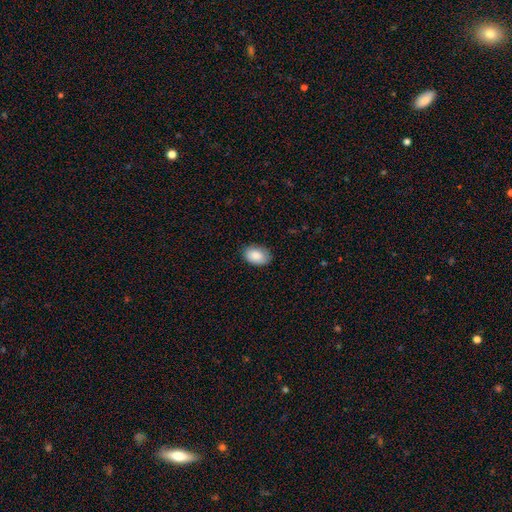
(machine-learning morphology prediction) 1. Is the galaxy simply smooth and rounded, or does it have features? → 88% smooth, 7% star or artifact, 5% featured or disk.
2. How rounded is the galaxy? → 88% in between, 11% round, 1% cigar-shaped.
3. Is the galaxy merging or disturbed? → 82% none, 14% minor disturbance, 3% major disturbance, 1% merger.